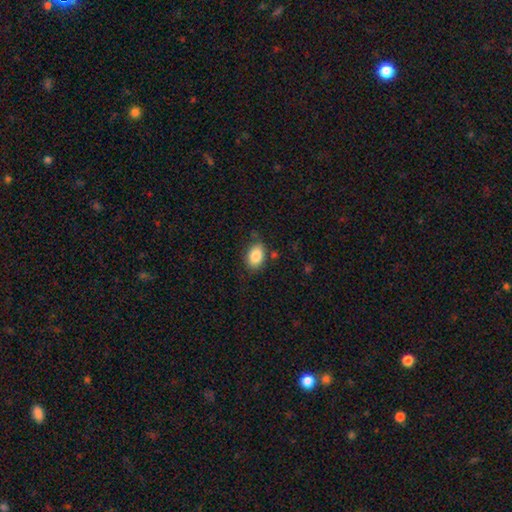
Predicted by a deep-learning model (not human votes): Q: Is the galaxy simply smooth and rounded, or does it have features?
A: smooth — 87%.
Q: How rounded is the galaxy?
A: in between — 84%.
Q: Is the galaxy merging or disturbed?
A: none — 76%.